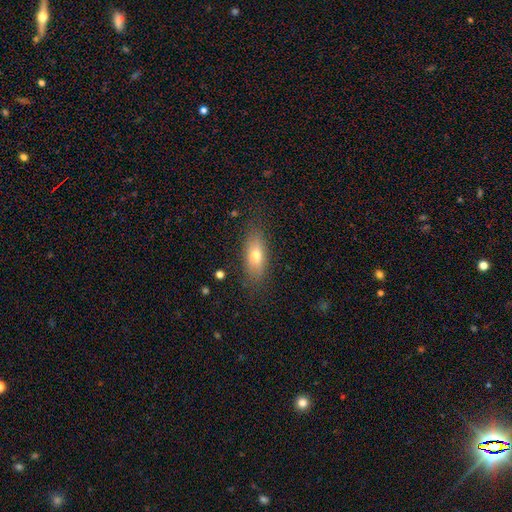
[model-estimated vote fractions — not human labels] smooth-or-featured: smooth: 66% | featured or disk: 26% | star or artifact: 8%
  how-rounded: in between: 65% | cigar-shaped: 30% | round: 4%
  merging: none: 83% | minor disturbance: 12% | major disturbance: 3% | merger: 1%